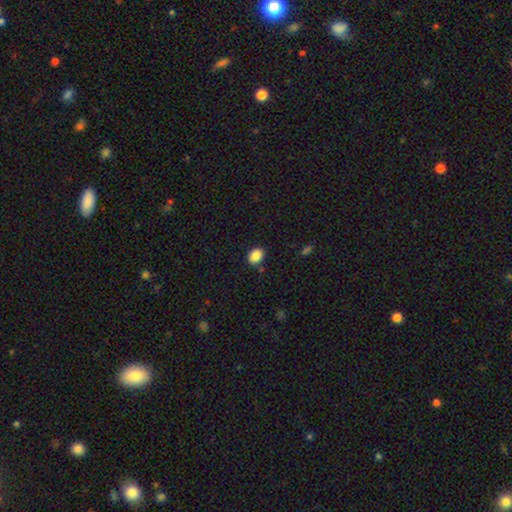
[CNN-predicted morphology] smooth 87%, star or artifact 8%, featured or disk 4%. Down the decision tree: how rounded — in between (65%); merging — none (85%).